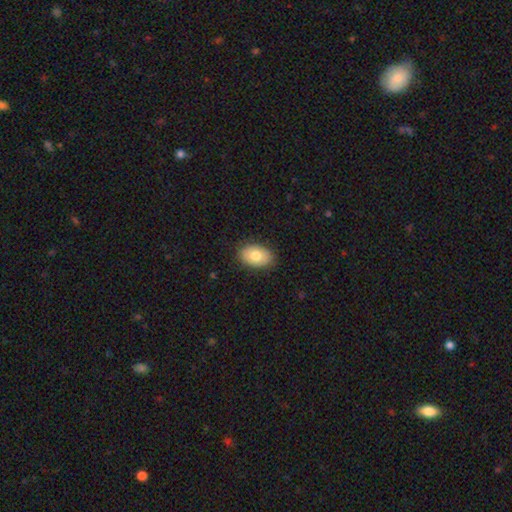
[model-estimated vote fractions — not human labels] A smooth galaxy with no disk features (77%) that is in between round and cigar-shaped (87%). Merging: none (86%).